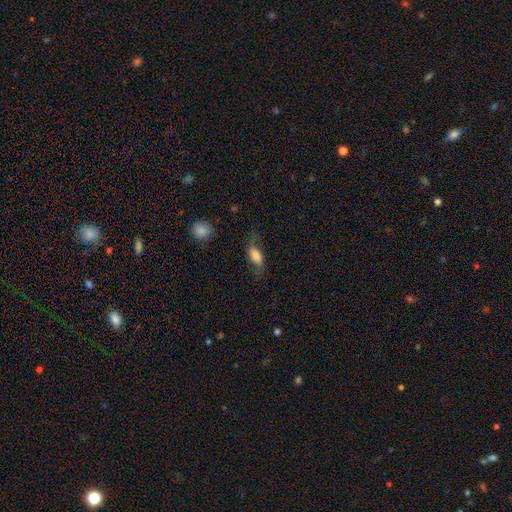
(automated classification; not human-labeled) smooth_or_featured: smooth (p=0.66) [alt: featured or disk p=0.26]
how_rounded: in between (p=0.80) [alt: cigar-shaped p=0.14]
merging: none (p=0.60) [alt: minor disturbance p=0.23]